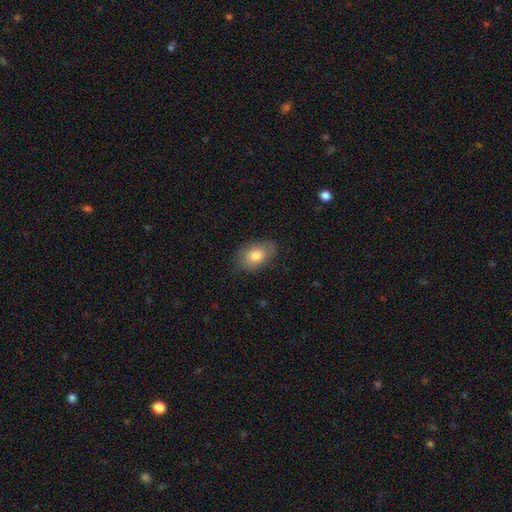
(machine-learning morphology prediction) type=smooth (80%); roundness=in between (83%); merging=none (80%).